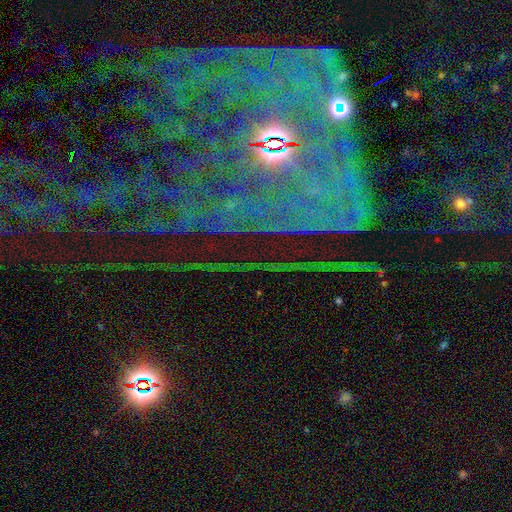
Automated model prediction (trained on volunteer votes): smooth-or-featured: star or artifact: 78% | featured or disk: 14% | smooth: 8%